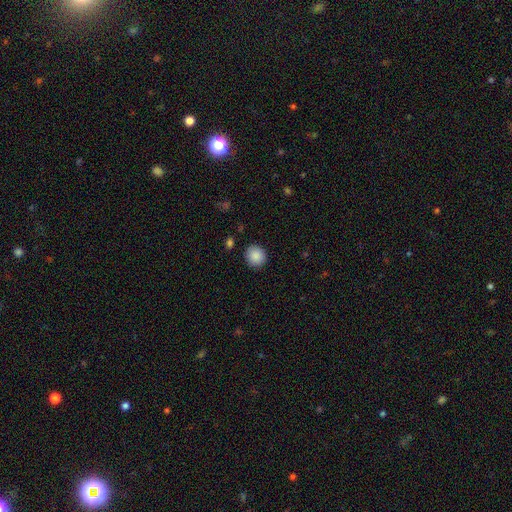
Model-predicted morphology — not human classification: type=smooth (89%); roundness=round (86%); merging=none (90%).